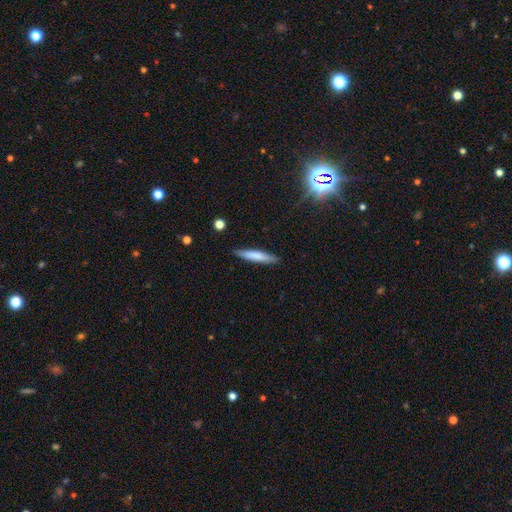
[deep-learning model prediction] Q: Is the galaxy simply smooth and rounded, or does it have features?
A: smooth — 72%.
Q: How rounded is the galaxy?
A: cigar-shaped — 92%.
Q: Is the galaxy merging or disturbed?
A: none — 88%.